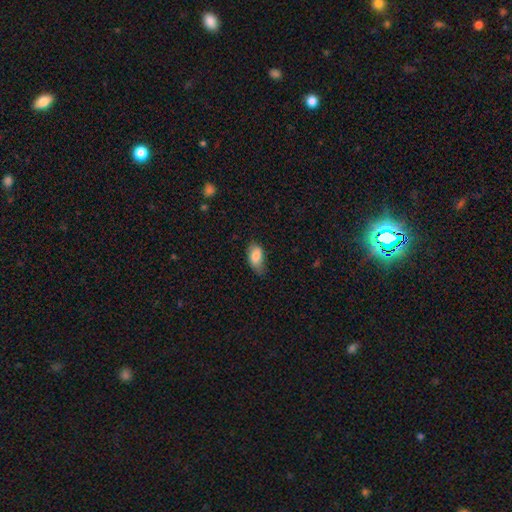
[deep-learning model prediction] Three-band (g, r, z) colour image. It shows a smooth galaxy with no disk features (85%) that is in between round and cigar-shaped (92%). Merging: none (55%).